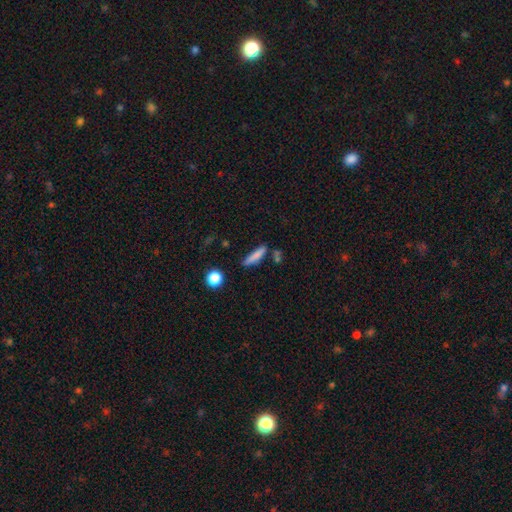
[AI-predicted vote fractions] smooth-or-featured: smooth: 79% | featured or disk: 13% | star or artifact: 8%
  how-rounded: cigar-shaped: 84% | in between: 13% | round: 2%
  merging: none: 75% | minor disturbance: 14% | merger: 7% | major disturbance: 3%